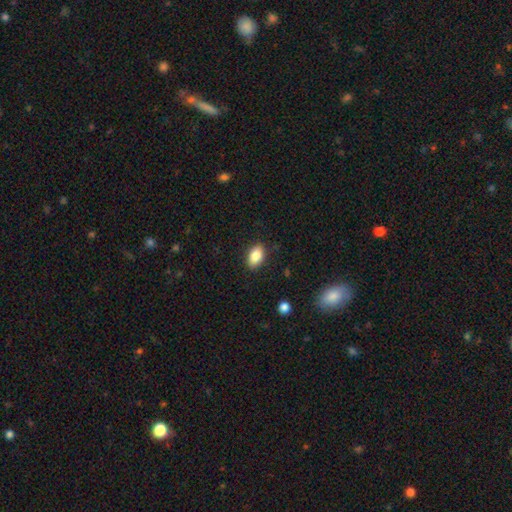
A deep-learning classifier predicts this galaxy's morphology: This appears to be a smooth galaxy with no disk features (85%) that is in between round and cigar-shaped (90%). Merging: none (88%).